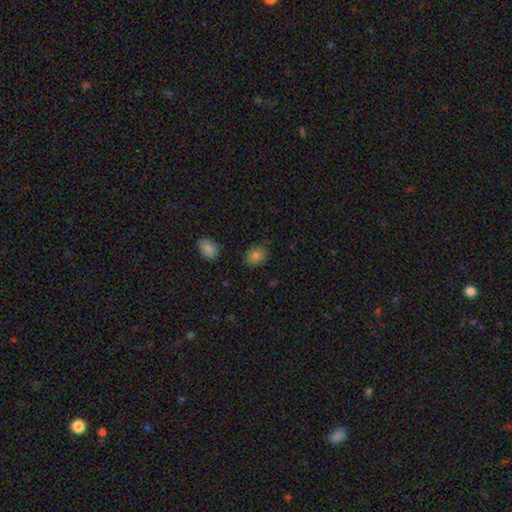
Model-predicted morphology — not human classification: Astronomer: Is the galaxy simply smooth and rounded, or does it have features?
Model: smooth — 83%.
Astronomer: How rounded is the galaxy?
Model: in between — 60% (runner-up: round, 39%).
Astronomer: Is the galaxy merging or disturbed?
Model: none — 82%.